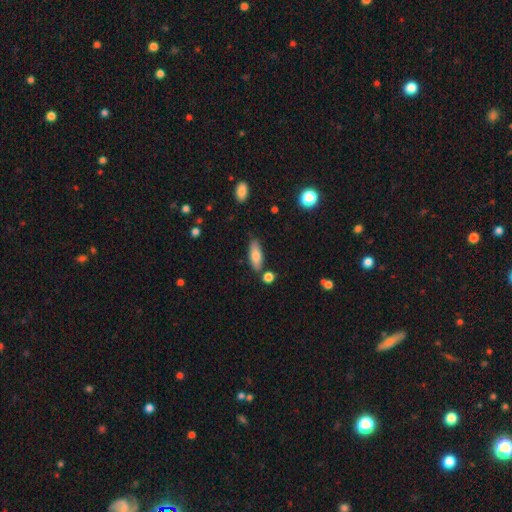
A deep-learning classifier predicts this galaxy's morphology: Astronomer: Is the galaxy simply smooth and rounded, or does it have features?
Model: smooth — 77%.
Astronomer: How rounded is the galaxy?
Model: in between — 71%.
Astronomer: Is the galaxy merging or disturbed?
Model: none — 78%.